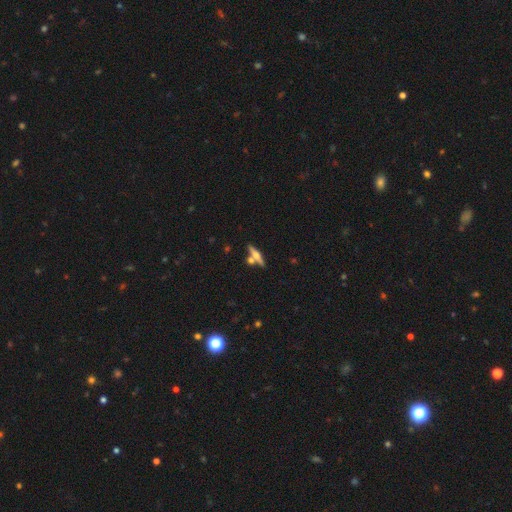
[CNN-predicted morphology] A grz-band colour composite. It shows a featured or disk galaxy (57%) viewed edge-on (95%) with a rounded central bulge (86%). Merging: none (67%).